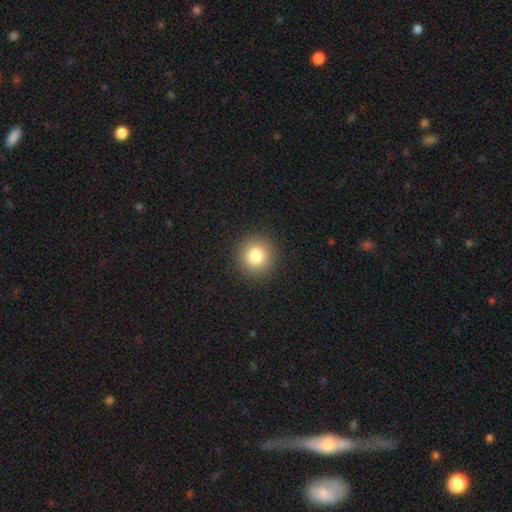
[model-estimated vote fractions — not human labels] A smooth galaxy with no disk features (81%) that is round (94%). Merging: none (92%).